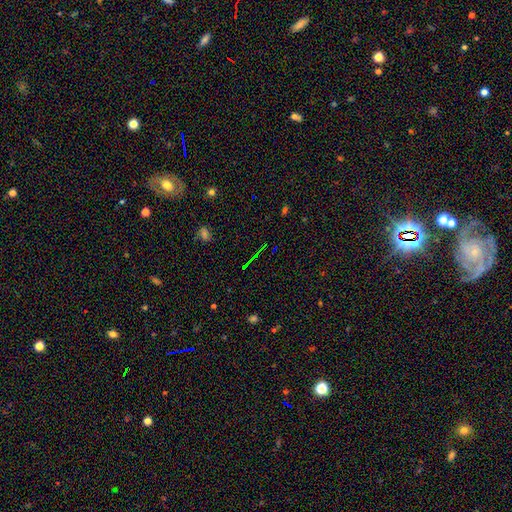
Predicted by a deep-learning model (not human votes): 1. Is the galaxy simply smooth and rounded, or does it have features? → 72% star or artifact, 14% smooth, 14% featured or disk.